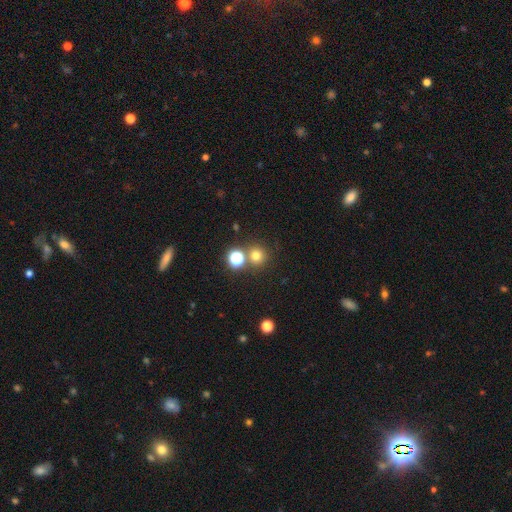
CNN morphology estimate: Smooth or featured? smooth (72%)
How rounded? round (92%)
Merging? none (73%)